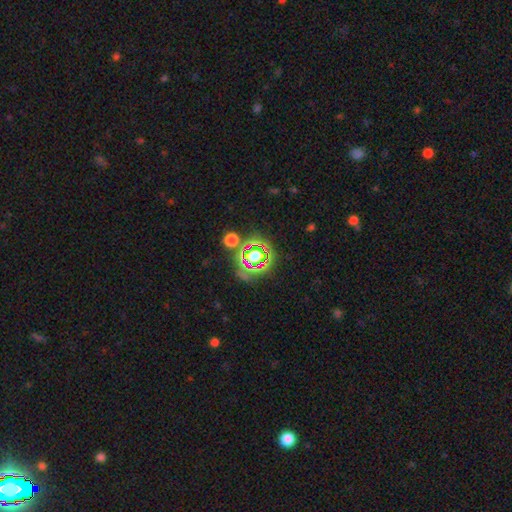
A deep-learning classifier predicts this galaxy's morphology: The model was most divided on "smooth or featured": star or artifact: 53%, smooth: 33%, featured or disk: 14%.